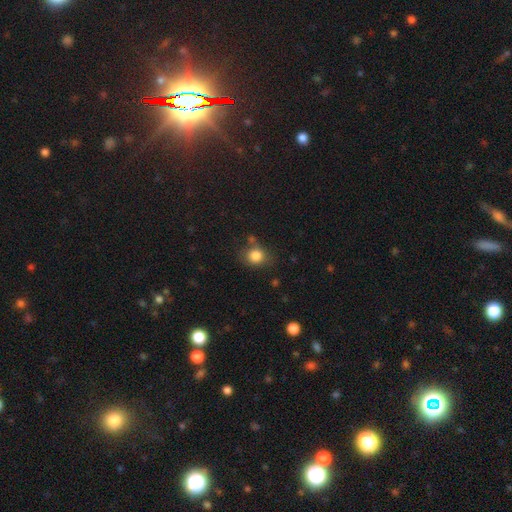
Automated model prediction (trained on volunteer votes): The model was most divided on "how rounded": round: 67%, in between: 32%, cigar-shaped: 1%. More confident: smooth or featured — smooth (84%); merging — none (67%).